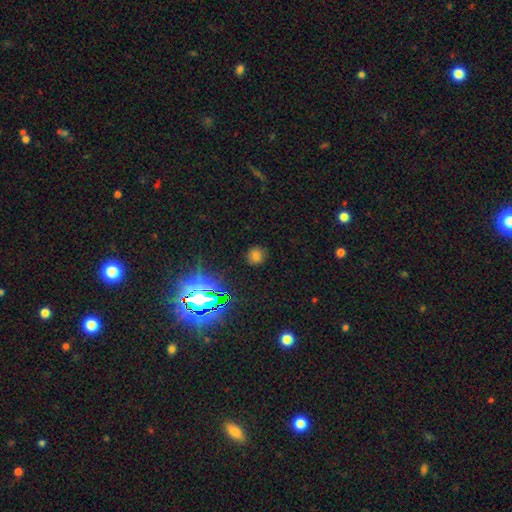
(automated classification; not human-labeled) The model was most divided on "smooth or featured": smooth: 67%, star or artifact: 25%, featured or disk: 8%. More confident: merging — none (87%); how rounded — round (85%).